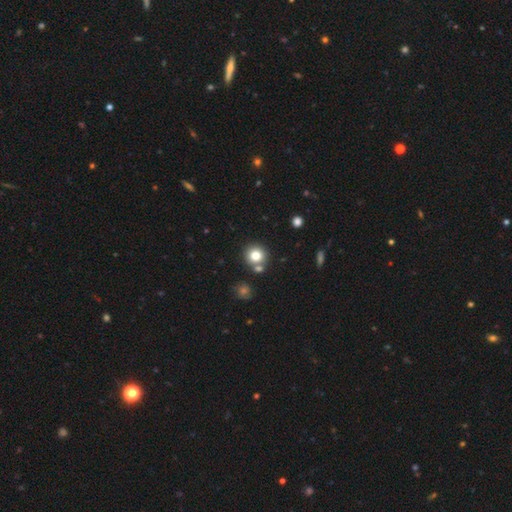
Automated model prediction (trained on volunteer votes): smooth 79%, star or artifact 12%, featured or disk 9%. Down the decision tree: how rounded — round (91%); merging — none (75%).